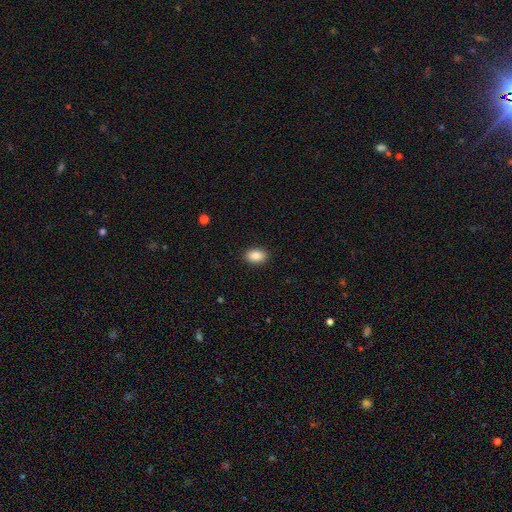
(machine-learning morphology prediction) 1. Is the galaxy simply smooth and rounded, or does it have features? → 88% smooth, 8% star or artifact, 4% featured or disk.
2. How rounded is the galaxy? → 86% in between, 12% round, 1% cigar-shaped.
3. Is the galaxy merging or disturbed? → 90% none, 7% minor disturbance, 2% major disturbance, 1% merger.